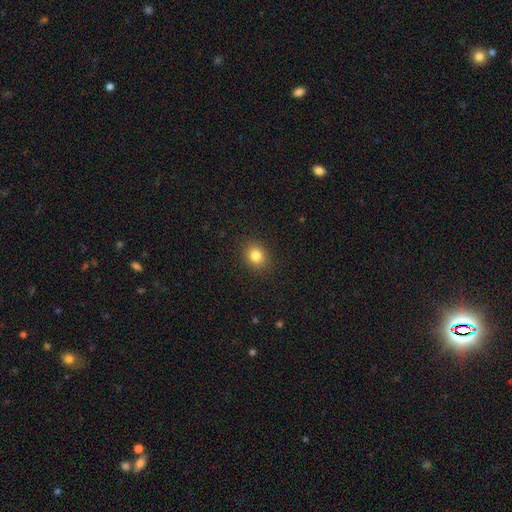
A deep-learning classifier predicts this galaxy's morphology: Smooth or featured: smooth — 82% (star or artifact — 11%)
How rounded: round — 63% (in between — 36%)
Merging: none — 89% (minor disturbance — 8%)